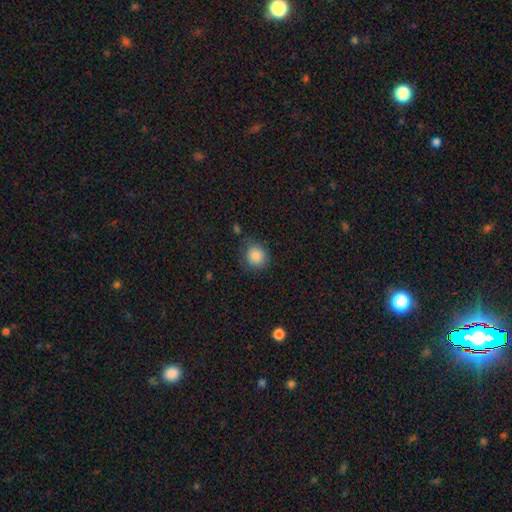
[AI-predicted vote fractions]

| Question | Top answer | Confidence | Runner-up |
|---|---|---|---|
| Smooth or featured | smooth | 86% | star or artifact (9%) |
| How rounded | round | 87% | in between (12%) |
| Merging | none | 74% | minor disturbance (18%) |